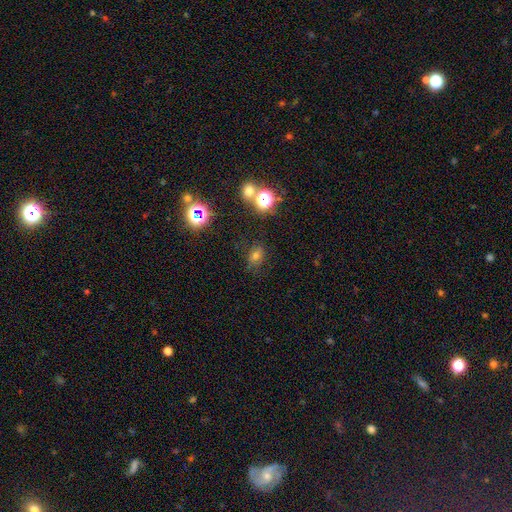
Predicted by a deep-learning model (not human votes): A smooth galaxy with no disk features (55%) that is in between round and cigar-shaped (56%). Merging: none (76%).